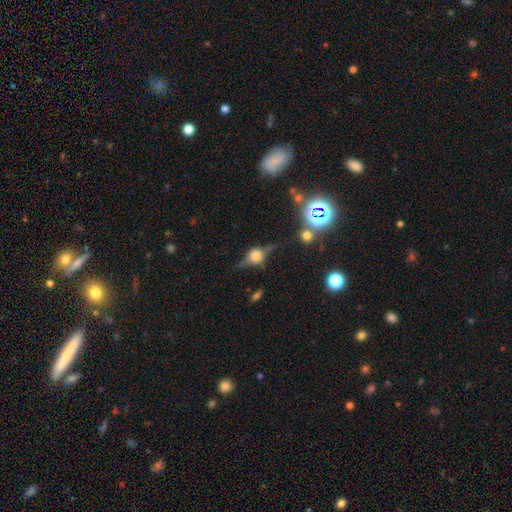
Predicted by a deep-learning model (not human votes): Smooth or featured? featured or disk (67%)
Edge-on disk? yes (92%)
Edge-on bulge? rounded (91%)
Merging? none (70%)